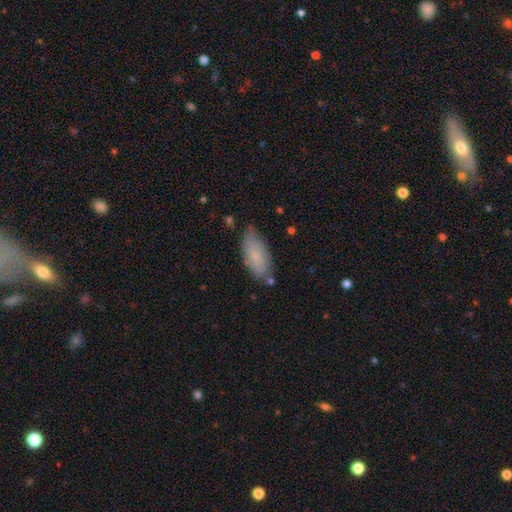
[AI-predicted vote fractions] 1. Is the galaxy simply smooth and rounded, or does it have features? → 75% smooth, 19% featured or disk, 6% star or artifact.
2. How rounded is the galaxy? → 85% in between, 13% cigar-shaped, 2% round.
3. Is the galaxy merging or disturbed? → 69% none, 23% minor disturbance, 4% major disturbance, 4% merger.